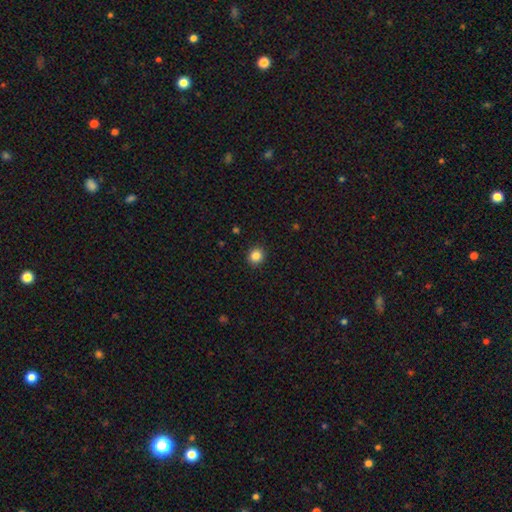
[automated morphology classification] This is clearly a smooth galaxy (85%). How rounded: clearly round (90%). Merging: clearly none (92%).